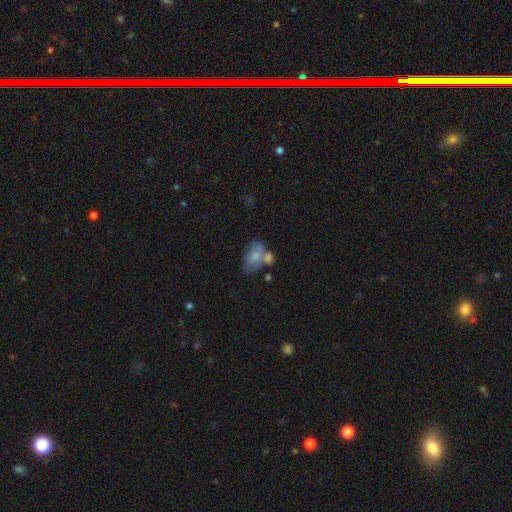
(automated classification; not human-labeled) The model was most divided on "merging": merger: 43%, none: 30%, minor disturbance: 17%, major disturbance: 10%. More confident: how rounded — in between (84%); smooth or featured — smooth (73%).